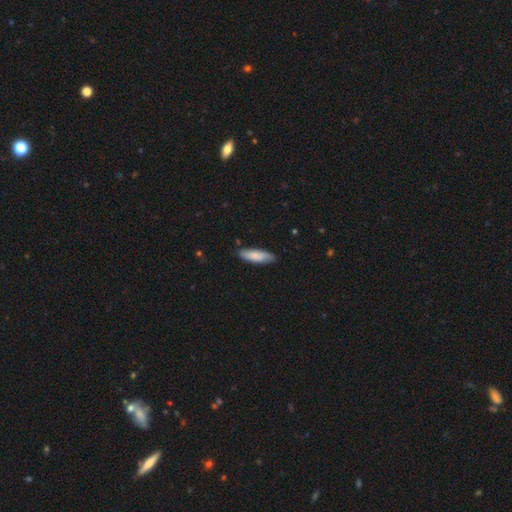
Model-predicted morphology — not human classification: type=smooth (80%); roundness=cigar-shaped (54%); merging=none (82%).